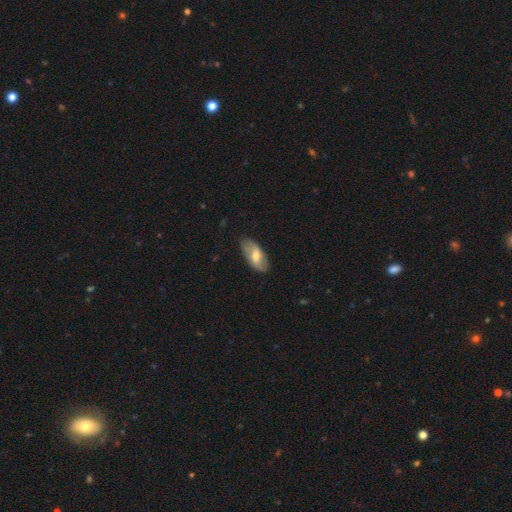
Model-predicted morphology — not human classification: type=featured or disk (47%, tied with smooth); merging=none (82%).